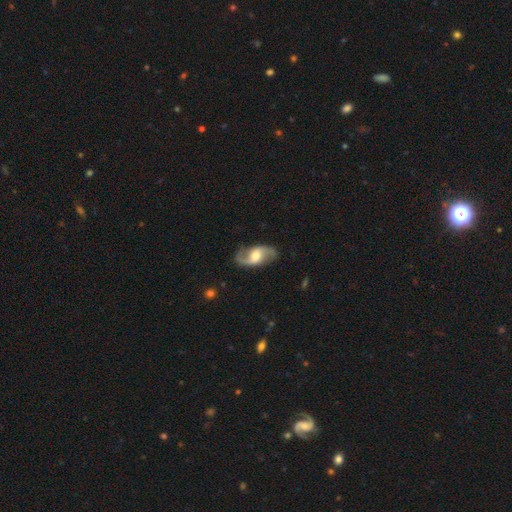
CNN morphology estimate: This is clearly a featured or disk galaxy (86%). It is clearly not viewed edge-on (96%). Bar: possibly weak (45%). Spiral arm pattern: clearly yes (96%). Spiral arm count: clearly 2 (93%). Spiral winding: possibly loose (57%). Central bulge: likely moderate (63%). Merging: clearly none (84%).